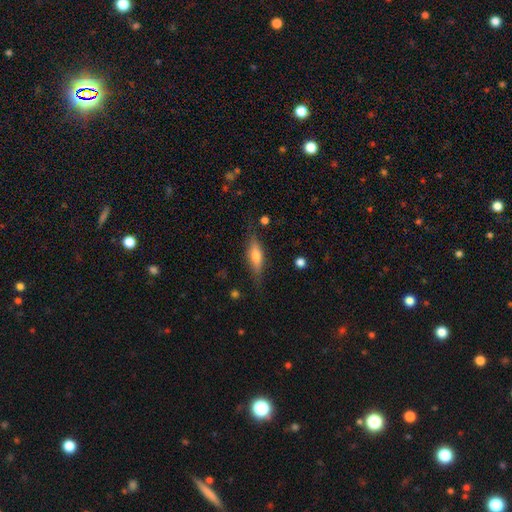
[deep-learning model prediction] Smooth or featured? Predicted: smooth (p=0.48). Merging? Predicted: none (p=0.77).